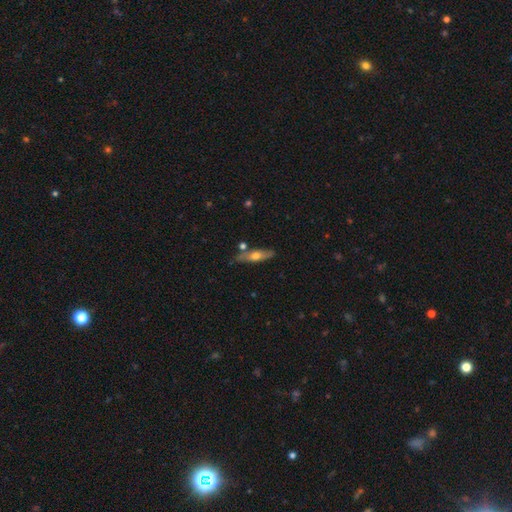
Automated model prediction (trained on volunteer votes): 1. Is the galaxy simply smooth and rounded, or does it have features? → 47% smooth (tied), 47% featured or disk (tied), 6% star or artifact.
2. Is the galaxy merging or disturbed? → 79% none, 12% minor disturbance, 7% merger, 3% major disturbance.